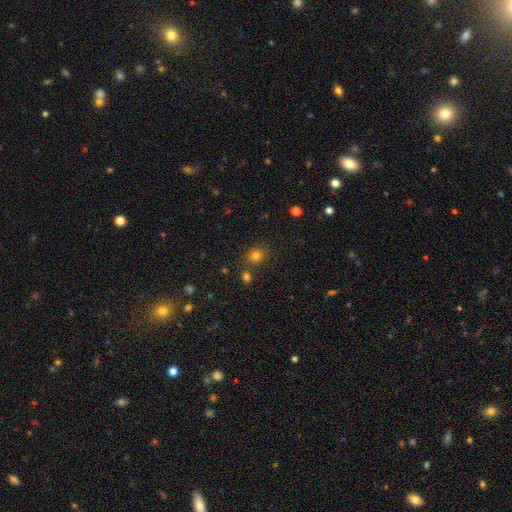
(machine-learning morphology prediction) Smooth or featured?
  - smooth: 77% *
  - star or artifact: 17%
  - featured or disk: 6%
How rounded?
  - round: 77% *
  - in between: 22%
  - cigar-shaped: 1%
Merging?
  - none: 75% *
  - merger: 12%
  - minor disturbance: 10%
  - major disturbance: 3%